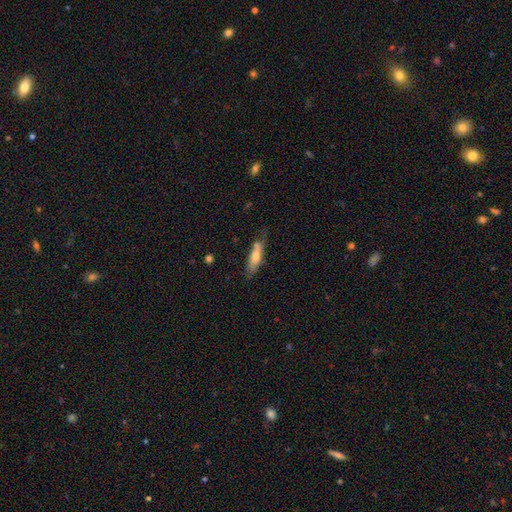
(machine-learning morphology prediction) A smooth galaxy with no disk features (65%) that is cigar-shaped (66%). Merging: none (59%).